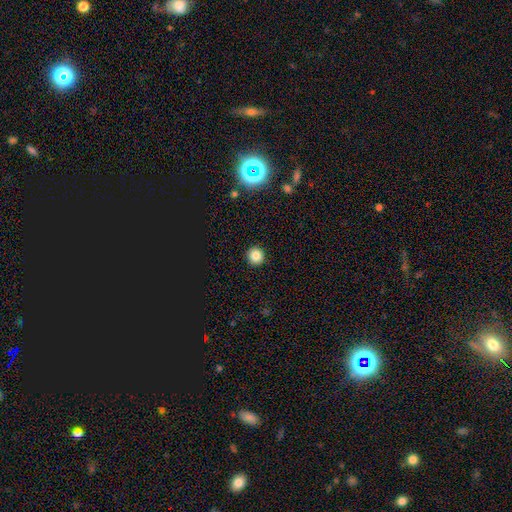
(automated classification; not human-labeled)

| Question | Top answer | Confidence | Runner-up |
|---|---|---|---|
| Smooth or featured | smooth | 83% | star or artifact (12%) |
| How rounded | round | 95% | in between (4%) |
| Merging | none | 93% | minor disturbance (4%) |